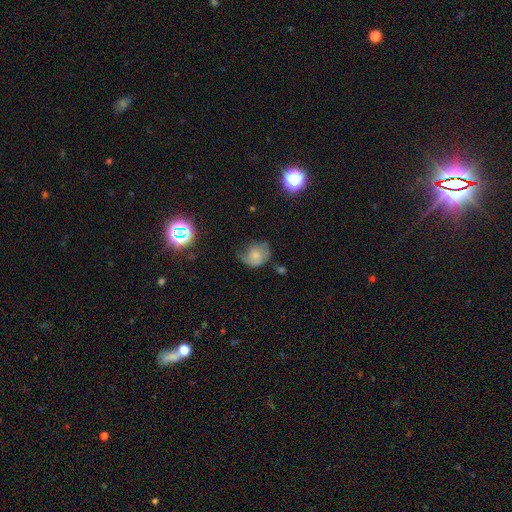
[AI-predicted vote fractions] smooth-or-featured: smooth: 48% | featured or disk: 41% | star or artifact: 11%
  merging: none: 39% | minor disturbance: 33% | major disturbance: 25% | merger: 3%